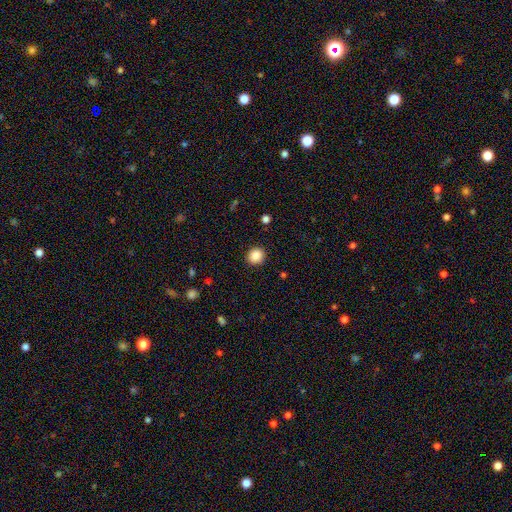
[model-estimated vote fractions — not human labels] smooth-or-featured: smooth: 87% | star or artifact: 10% | featured or disk: 3%
  how-rounded: round: 90% | in between: 9% | cigar-shaped: 1%
  merging: none: 91% | minor disturbance: 6% | major disturbance: 2% | merger: 1%